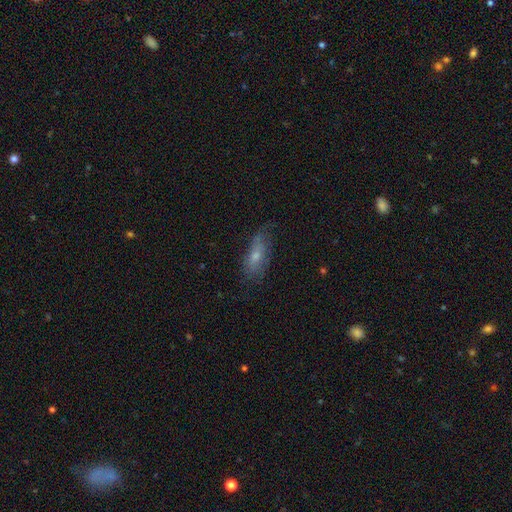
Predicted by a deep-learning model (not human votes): Q: Smooth or featured?
A: smooth (49%); runner-up: featured or disk (39%)
Q: Merging?
A: none (63%); runner-up: minor disturbance (25%)